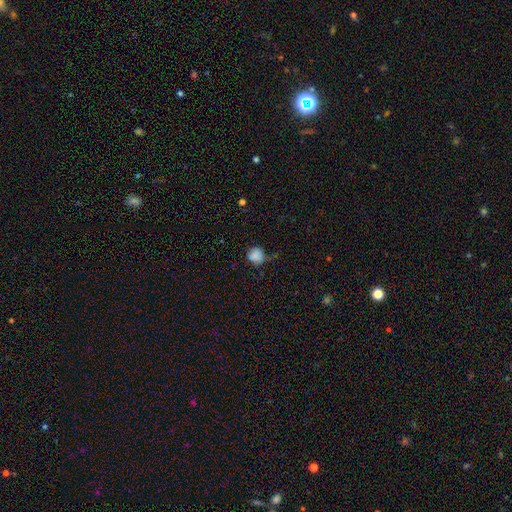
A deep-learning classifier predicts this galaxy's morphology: Smooth or featured?
  - smooth: 82% *
  - star or artifact: 11%
  - featured or disk: 7%
How rounded?
  - round: 83% *
  - in between: 16%
  - cigar-shaped: 1%
Merging?
  - none: 57% *
  - minor disturbance: 31%
  - major disturbance: 9%
  - merger: 4%